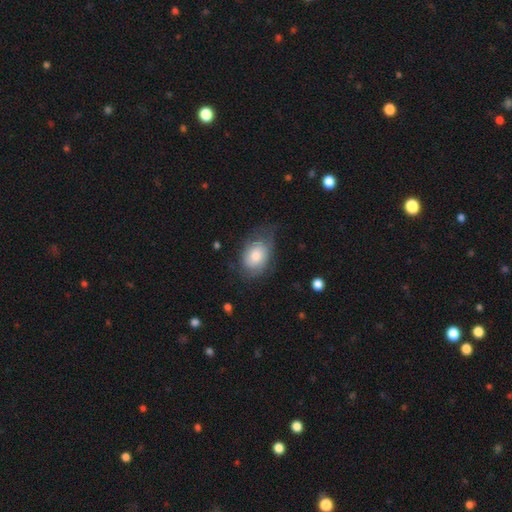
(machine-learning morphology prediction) Q: Smooth or featured?
A: smooth (65%); runner-up: featured or disk (28%)
Q: How rounded?
A: in between (80%); runner-up: round (19%)
Q: Merging?
A: none (55%); runner-up: minor disturbance (30%)